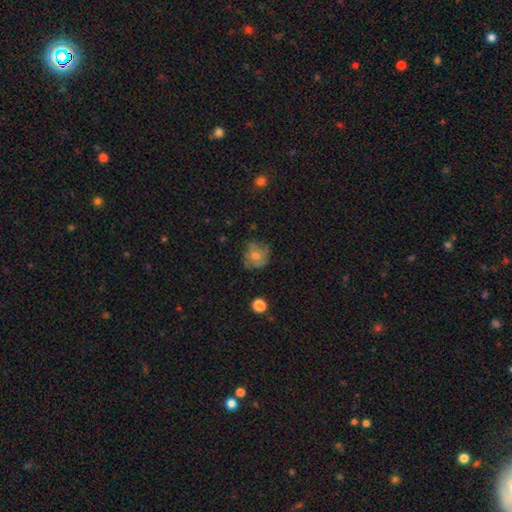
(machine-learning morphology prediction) Overall: smooth (60%; featured or disk 29%). How rounded: round (83%). Merging: none (67%).